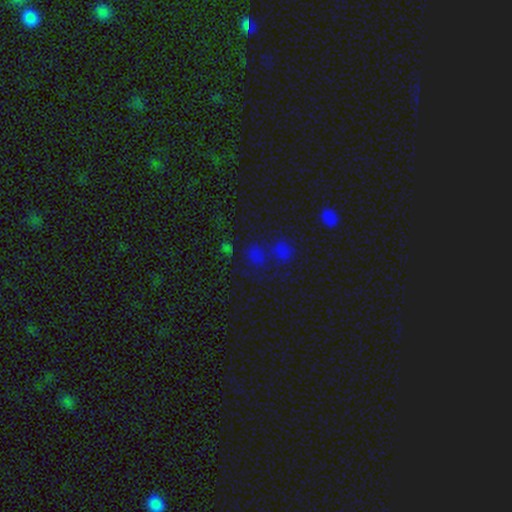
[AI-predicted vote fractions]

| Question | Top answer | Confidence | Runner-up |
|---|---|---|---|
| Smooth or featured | star or artifact | 60% | smooth (31%) |